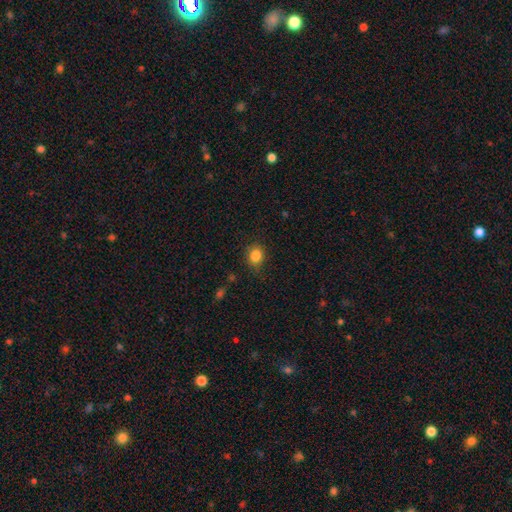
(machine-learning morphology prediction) Smooth or featured? Predicted: smooth (p=0.84). How rounded? Predicted: round (p=0.63). Merging? Predicted: none (p=0.82).